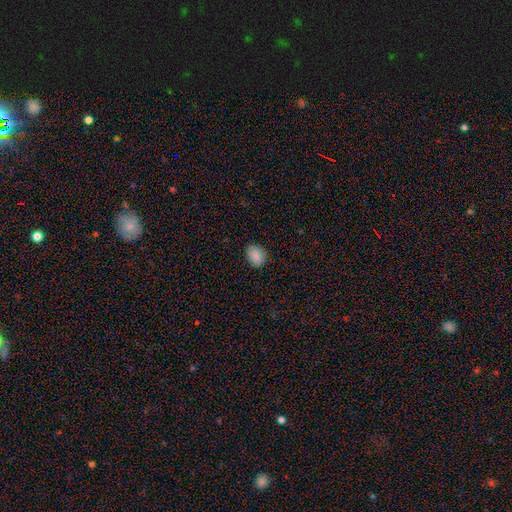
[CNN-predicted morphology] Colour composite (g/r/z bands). It shows a smooth galaxy with no disk features (88%) that is in between round and cigar-shaped (61%). Merging: none (83%).